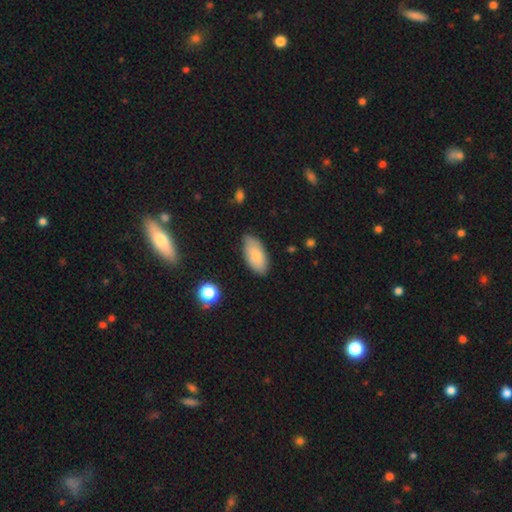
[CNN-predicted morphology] type=smooth (78%); roundness=in between (93%); merging=none (76%).